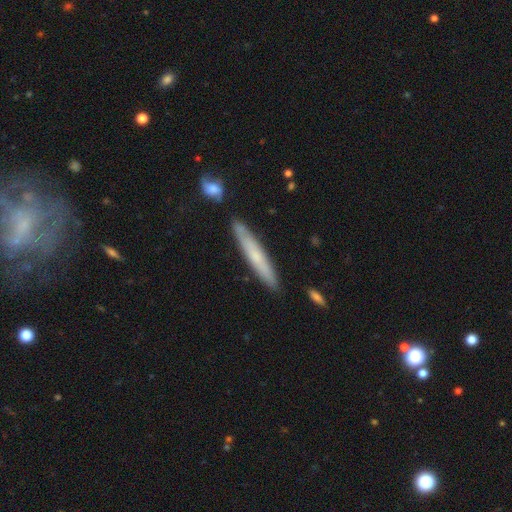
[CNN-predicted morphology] Smooth or featured: smooth — 58% (featured or disk — 36%)
How rounded: cigar-shaped — 94% (in between — 5%)
Merging: none — 82% (minor disturbance — 11%)